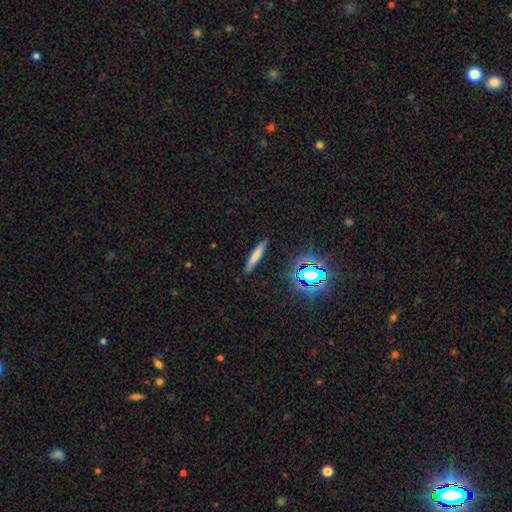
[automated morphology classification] Smooth or featured? smooth (65%)
How rounded? cigar-shaped (91%)
Merging? none (88%)